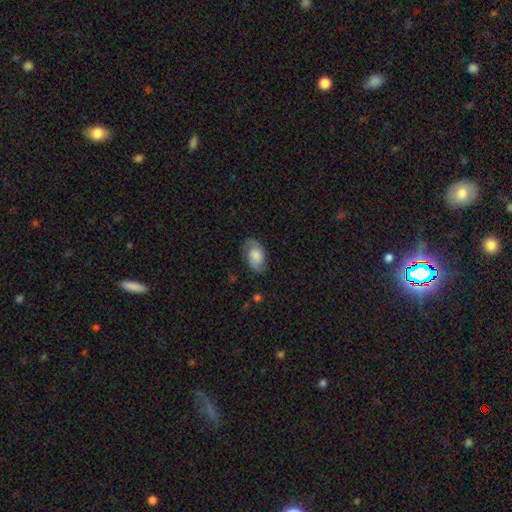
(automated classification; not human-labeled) Smooth or featured: smooth — 48% (featured or disk — 45%)
Merging: none — 77% (minor disturbance — 17%)